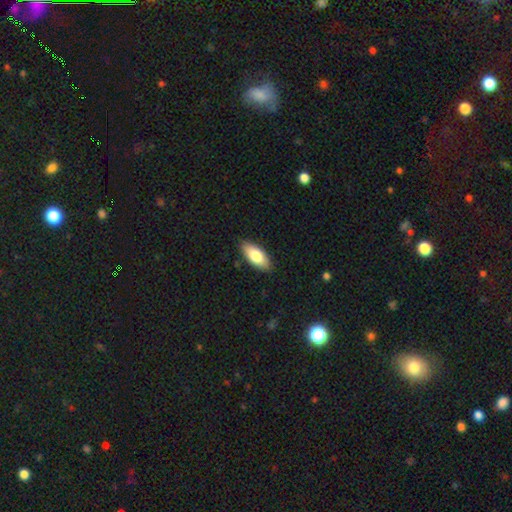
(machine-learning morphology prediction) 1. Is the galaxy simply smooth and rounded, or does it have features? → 78% smooth, 16% featured or disk, 6% star or artifact.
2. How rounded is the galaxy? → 86% in between, 12% cigar-shaped, 2% round.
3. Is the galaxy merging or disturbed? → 87% none, 10% minor disturbance, 2% major disturbance, 1% merger.